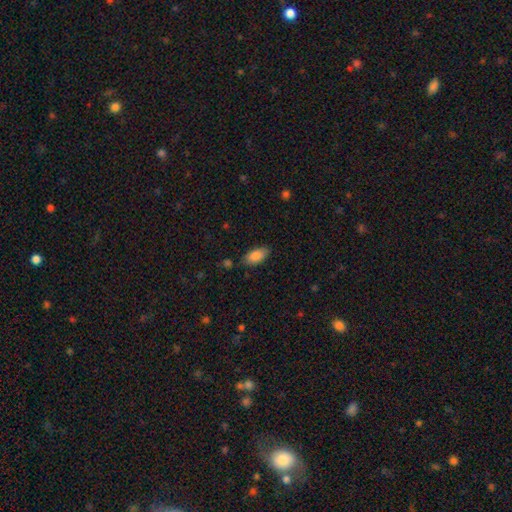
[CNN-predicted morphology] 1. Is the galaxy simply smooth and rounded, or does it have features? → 85% smooth, 8% featured or disk, 7% star or artifact.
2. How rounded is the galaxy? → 91% in between, 6% cigar-shaped, 3% round.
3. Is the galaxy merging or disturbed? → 80% none, 15% minor disturbance, 3% major disturbance, 3% merger.